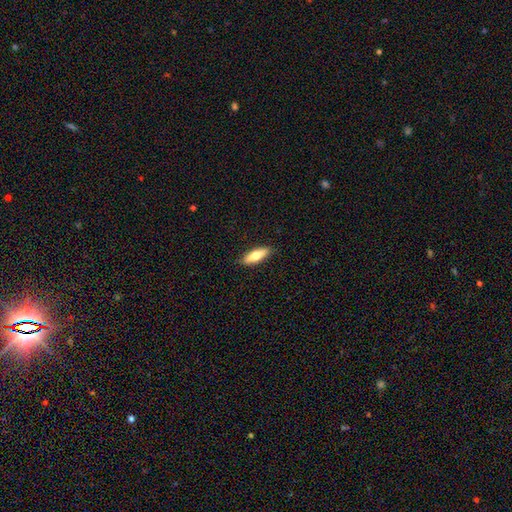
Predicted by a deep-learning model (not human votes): This is likely a smooth galaxy (67%). How rounded: possibly in between (50%). Merging: clearly none (89%).